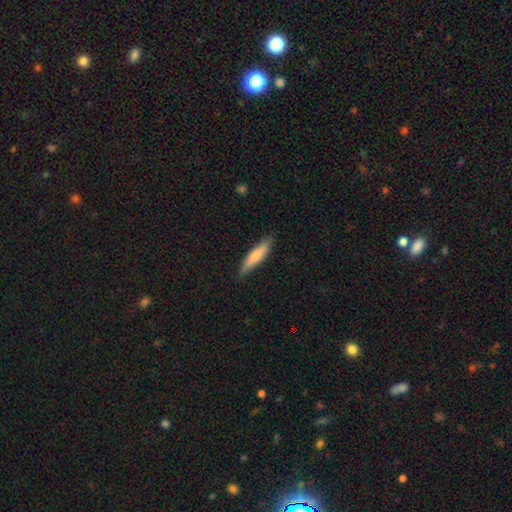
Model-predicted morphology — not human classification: smooth_or_featured: smooth (p=0.73) [alt: featured or disk p=0.22]
how_rounded: cigar-shaped (p=0.75) [alt: in between p=0.23]
merging: none (p=0.84) [alt: minor disturbance p=0.12]